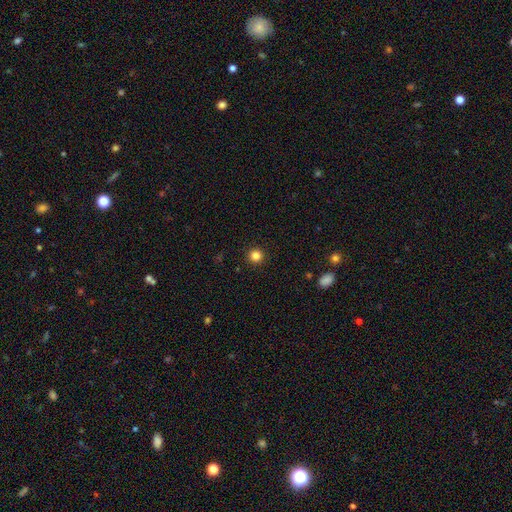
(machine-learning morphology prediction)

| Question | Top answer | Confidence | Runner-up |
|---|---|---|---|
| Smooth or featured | smooth | 83% | star or artifact (13%) |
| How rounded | round | 95% | in between (4%) |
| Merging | none | 93% | minor disturbance (4%) |